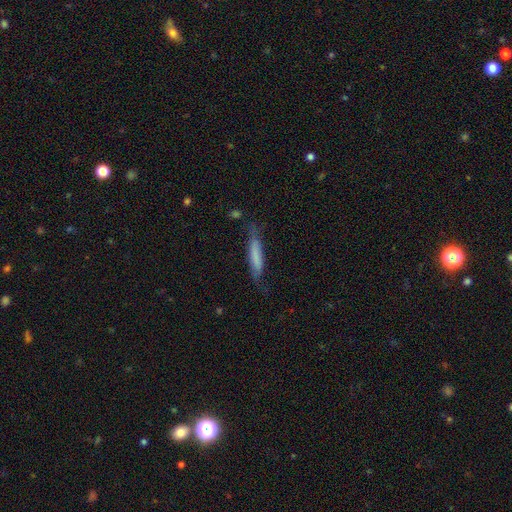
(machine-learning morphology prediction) This is likely a smooth galaxy (67%). How rounded: clearly cigar-shaped (87%). Merging: likely none (64%).